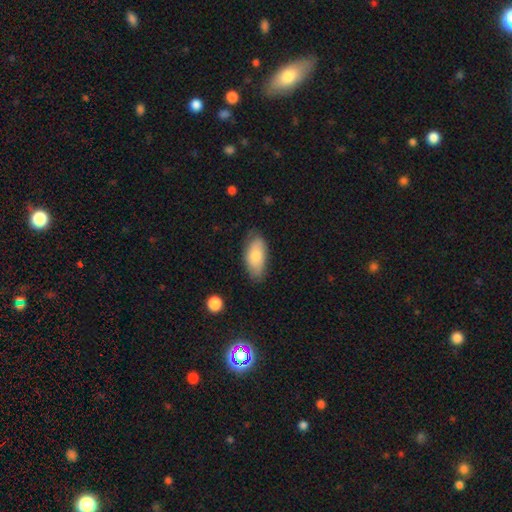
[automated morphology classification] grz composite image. It shows a smooth galaxy with no disk features (75%) that is in between round and cigar-shaped (92%). Merging: none (71%).